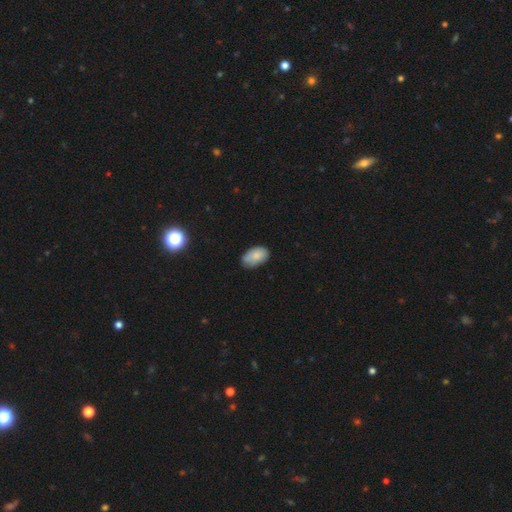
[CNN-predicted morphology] Q: Smooth or featured?
A: smooth (84%); runner-up: featured or disk (9%)
Q: How rounded?
A: in between (93%); runner-up: round (6%)
Q: Merging?
A: none (71%); runner-up: minor disturbance (24%)